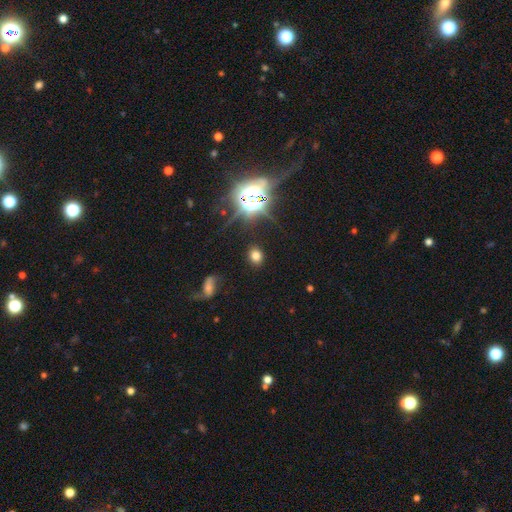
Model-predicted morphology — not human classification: smooth-or-featured: smooth: 69% | star or artifact: 24% | featured or disk: 7%
  how-rounded: round: 52% | in between: 47% | cigar-shaped: 2%
  merging: none: 86% | minor disturbance: 9% | major disturbance: 3% | merger: 2%